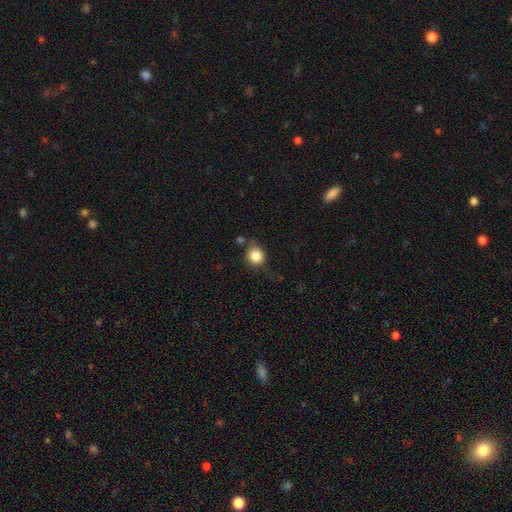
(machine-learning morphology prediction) type=smooth (84%); roundness=round (84%); merging=none (65%).